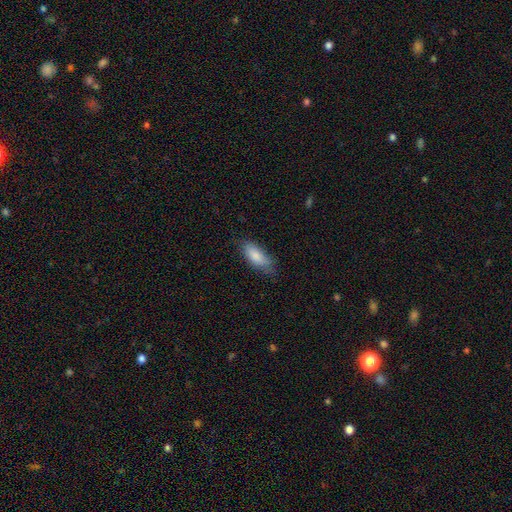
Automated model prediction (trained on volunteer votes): smooth_or_featured: smooth (p=0.84) [alt: featured or disk p=0.10]
how_rounded: in between (p=0.80) [alt: cigar-shaped p=0.18]
merging: none (p=0.67) [alt: minor disturbance p=0.26]